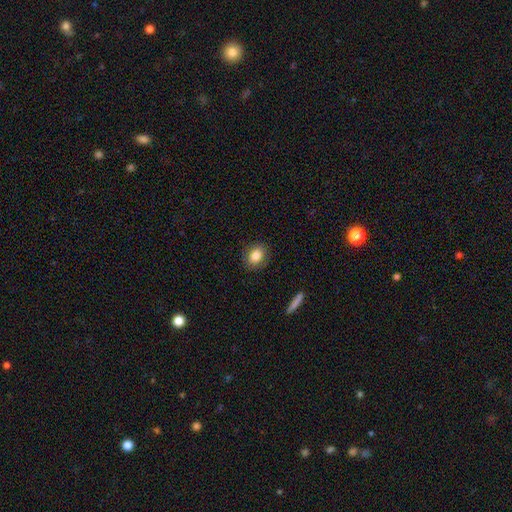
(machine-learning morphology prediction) Smooth or featured?
  - smooth: 85% *
  - star or artifact: 8%
  - featured or disk: 7%
How rounded?
  - in between: 51% *
  - round: 48%
  - cigar-shaped: 1%
Merging?
  - none: 86% *
  - minor disturbance: 10%
  - major disturbance: 3%
  - merger: 1%